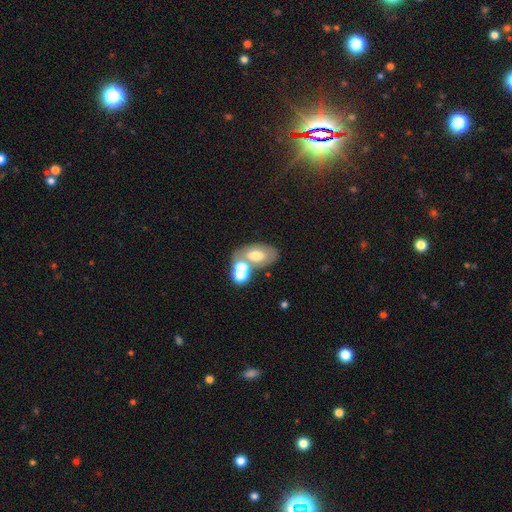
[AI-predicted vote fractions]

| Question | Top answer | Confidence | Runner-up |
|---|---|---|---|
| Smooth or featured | smooth | 56% | featured or disk (33%) |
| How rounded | in between | 87% | round (11%) |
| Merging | merger | 43% | none (38%) |